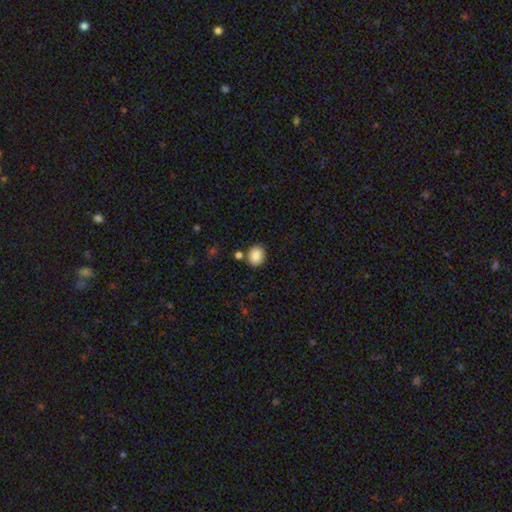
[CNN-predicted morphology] Smooth or featured? Predicted: smooth (p=0.87). How rounded? Predicted: round (p=0.73). Merging? Predicted: none (p=0.80).